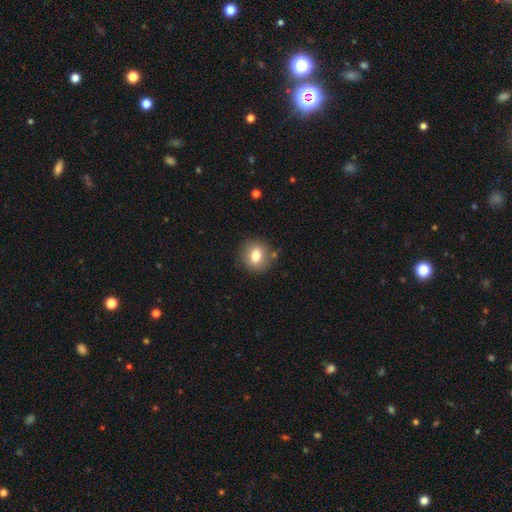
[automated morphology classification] smooth-or-featured: smooth: 77% | featured or disk: 14% | star or artifact: 10%
  how-rounded: round: 81% | in between: 18% | cigar-shaped: 1%
  merging: none: 84% | minor disturbance: 10% | merger: 3% | major disturbance: 3%